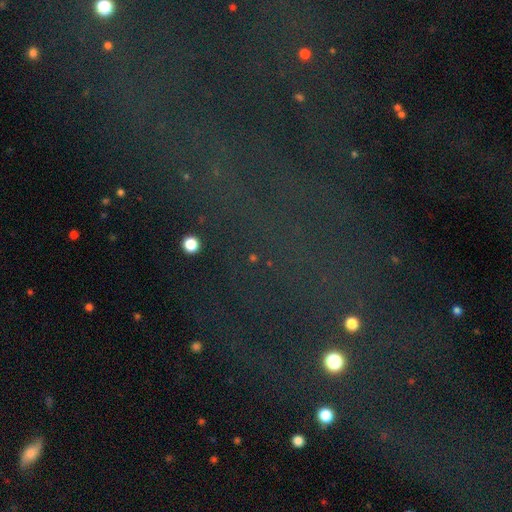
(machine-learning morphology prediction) This is likely a star or artifact rather than a galaxy (74%).